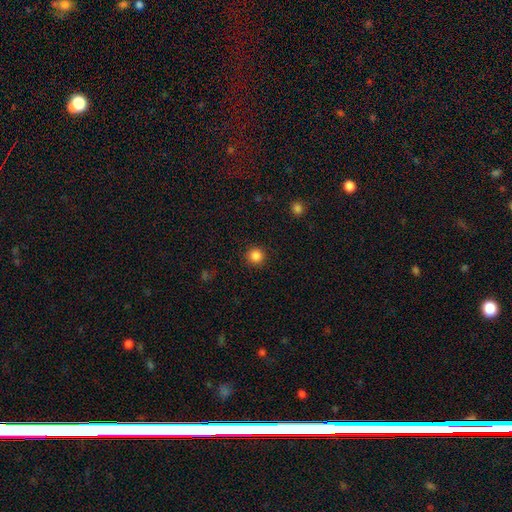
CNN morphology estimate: A smooth galaxy with no disk features (85%) that is round (95%). Merging: none (91%).